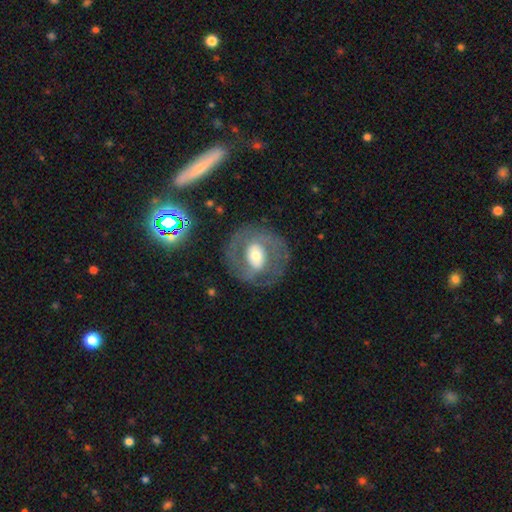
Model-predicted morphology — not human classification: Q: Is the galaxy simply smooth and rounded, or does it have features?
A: featured or disk — 69%.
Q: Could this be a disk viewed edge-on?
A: no — 96%.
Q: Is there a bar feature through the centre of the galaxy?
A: no — 43%.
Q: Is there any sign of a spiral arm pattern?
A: yes — 56%.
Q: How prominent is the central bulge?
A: moderate — 60%.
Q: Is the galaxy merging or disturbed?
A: none — 75%.